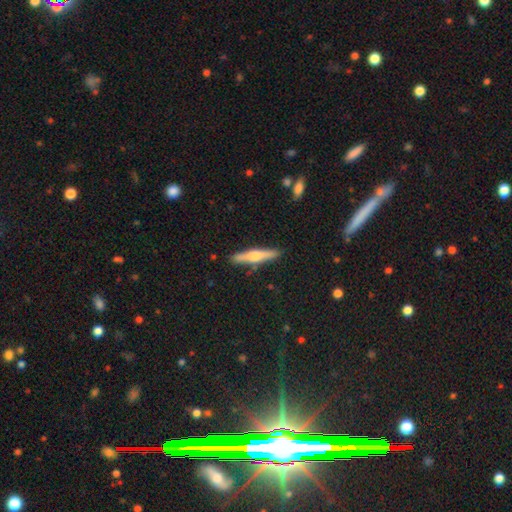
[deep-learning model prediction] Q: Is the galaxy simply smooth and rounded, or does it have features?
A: featured or disk — 49%.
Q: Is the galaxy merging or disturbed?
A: none — 87%.